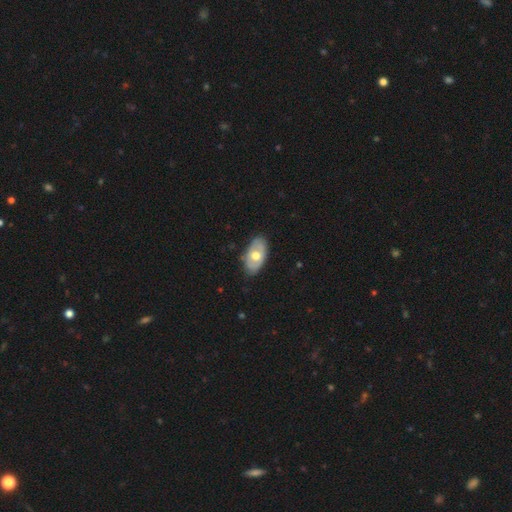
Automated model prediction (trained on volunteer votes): Morphology: type=smooth (49%); merging=none (80%).